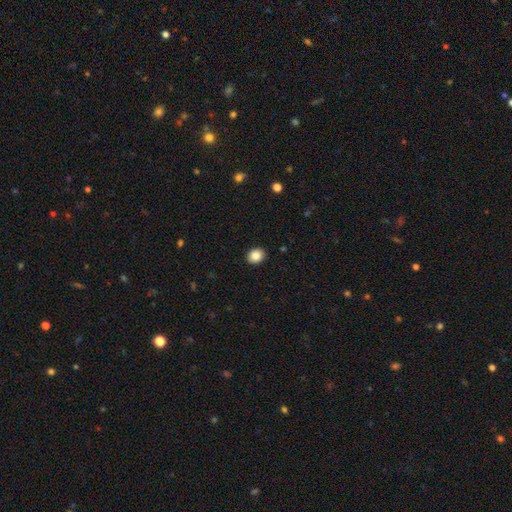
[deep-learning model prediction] Morphology: type=smooth (86%); roundness=round (51%); merging=none (91%).